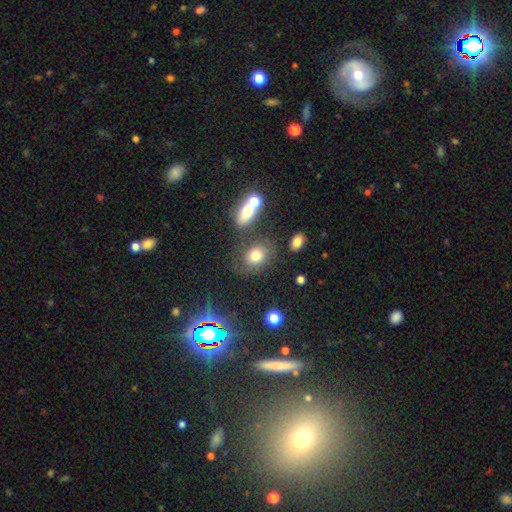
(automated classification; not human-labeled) This appears to be a smooth galaxy with no disk features (70%) that is in between round and cigar-shaped (57%). Merging: none (61%).